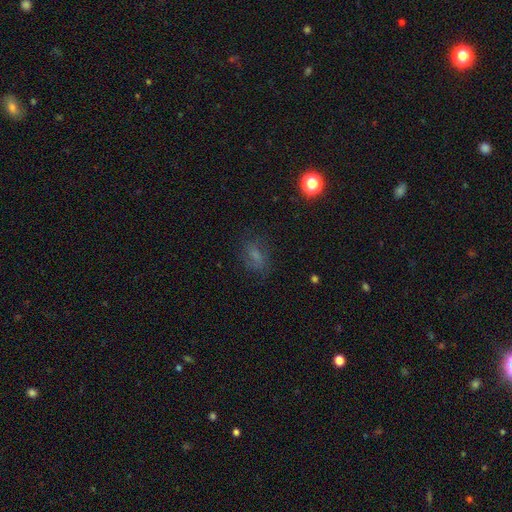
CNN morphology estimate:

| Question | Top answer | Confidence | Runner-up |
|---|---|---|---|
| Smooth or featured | smooth | 58% | star or artifact (23%) |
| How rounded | in between | 73% | round (20%) |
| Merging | none | 73% | minor disturbance (17%) |